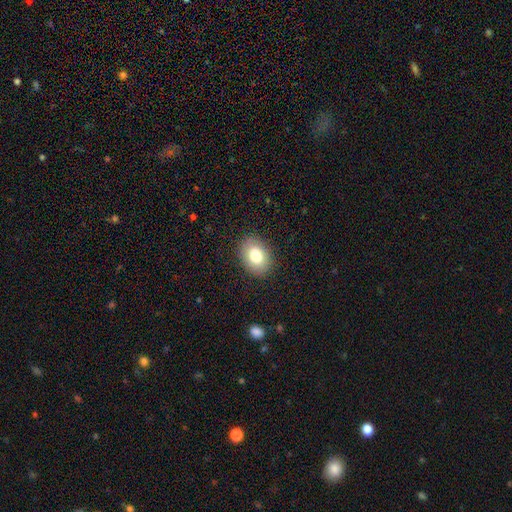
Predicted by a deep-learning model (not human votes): Smooth or featured? Predicted: smooth (p=0.80). How rounded? Predicted: in between (p=0.71). Merging? Predicted: none (p=0.88).